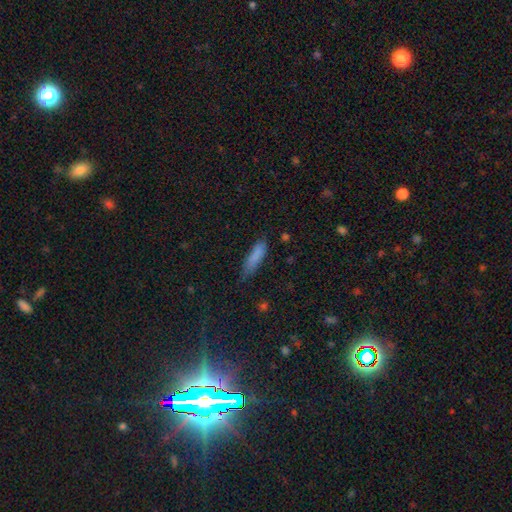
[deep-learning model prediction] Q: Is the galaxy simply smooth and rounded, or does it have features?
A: smooth — 82%.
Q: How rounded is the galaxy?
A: cigar-shaped — 66%.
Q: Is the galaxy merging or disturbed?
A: none — 62%.